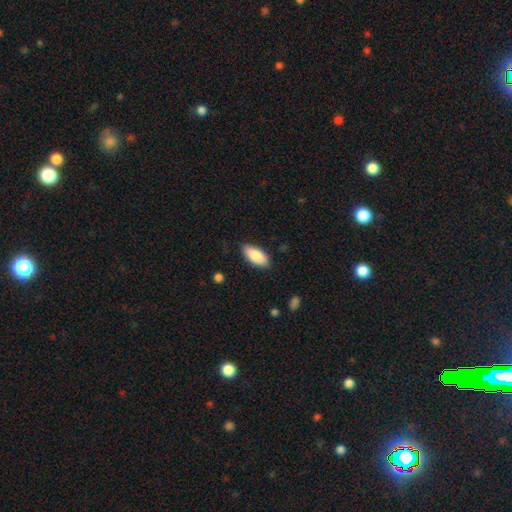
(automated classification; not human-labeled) This is clearly a smooth galaxy (87%). How rounded: clearly in between (87%). Merging: clearly none (84%).